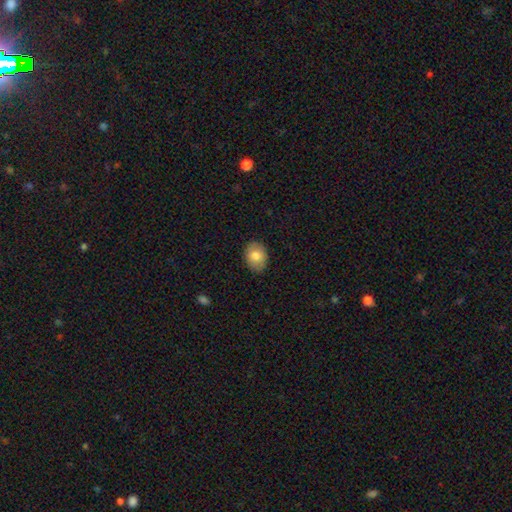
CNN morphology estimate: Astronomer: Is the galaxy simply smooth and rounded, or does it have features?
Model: smooth — 81%.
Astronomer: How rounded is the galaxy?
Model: in between — 72%.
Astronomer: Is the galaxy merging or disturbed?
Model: none — 86%.